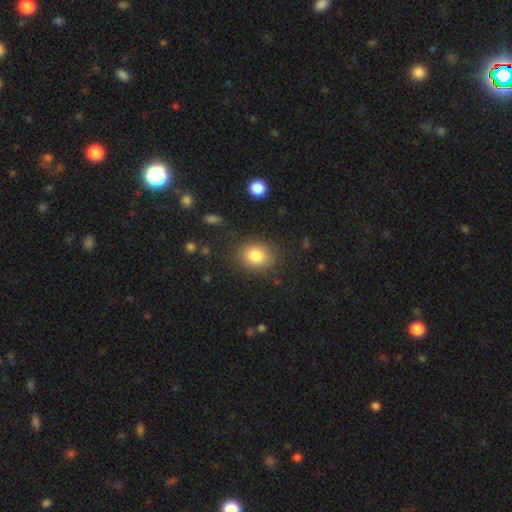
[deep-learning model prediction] smooth 83%, star or artifact 9%, featured or disk 8%. Down the decision tree: how rounded — round (52%); merging — none (83%).